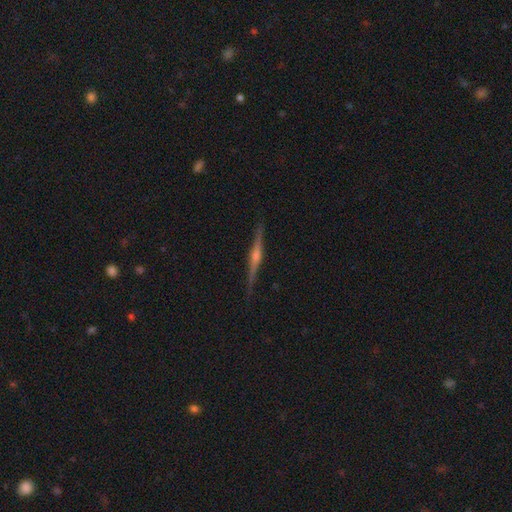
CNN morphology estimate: type=featured or disk (82%); edge-on=yes (98%); edge-on bulge=rounded (84%); merging=none (90%).